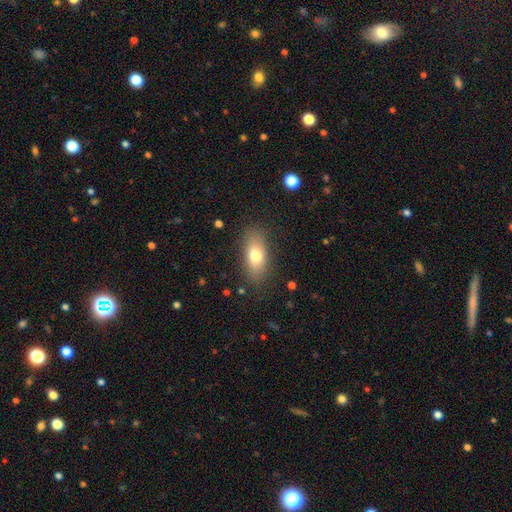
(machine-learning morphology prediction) Smooth or featured? Predicted: smooth (p=0.74). How rounded? Predicted: in between (p=0.82). Merging? Predicted: none (p=0.84).